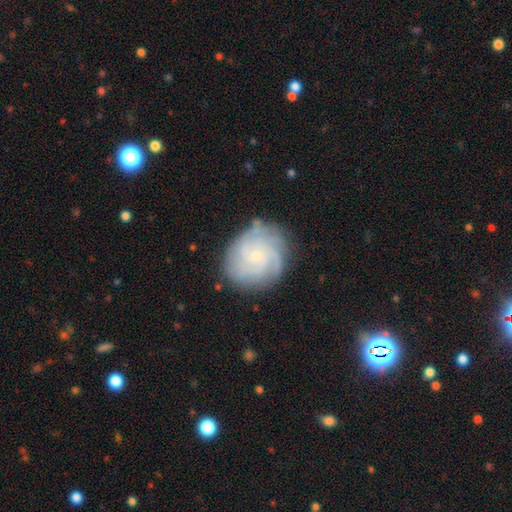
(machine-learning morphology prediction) Q: Smooth or featured?
A: featured or disk (73%); runner-up: smooth (18%)
Q: Edge-on disk?
A: no (98%); runner-up: yes (2%)
Q: Bar?
A: no (74%); runner-up: weak (23%)
Q: Spiral arms?
A: yes (95%); runner-up: no (5%)
Q: Spiral winding?
A: tight (66%); runner-up: medium (27%)
Q: Spiral arm count?
A: can't tell (31%); runner-up: 4 (26%)
Q: Bulge size?
A: small (78%); runner-up: moderate (14%)
Q: Merging?
A: none (80%); runner-up: minor disturbance (14%)